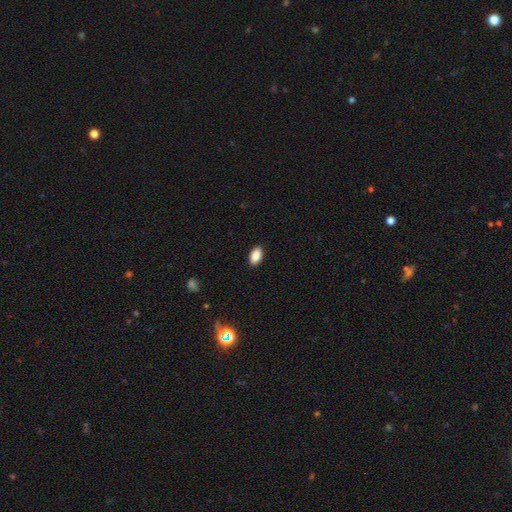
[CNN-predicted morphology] Smooth or featured? smooth (89%)
How rounded? in between (93%)
Merging? none (89%)